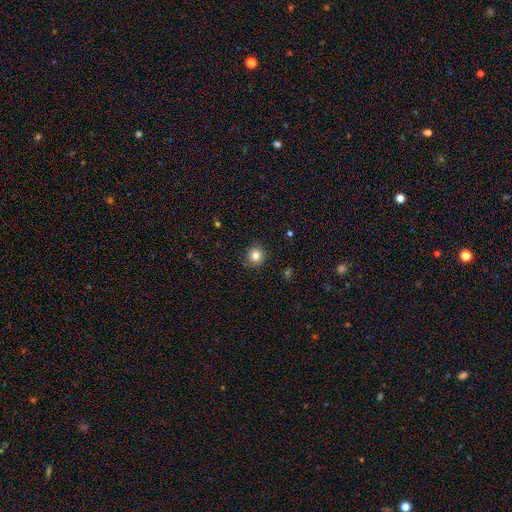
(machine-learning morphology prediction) A smooth galaxy with no disk features (81%) that is round (92%). Merging: none (88%).